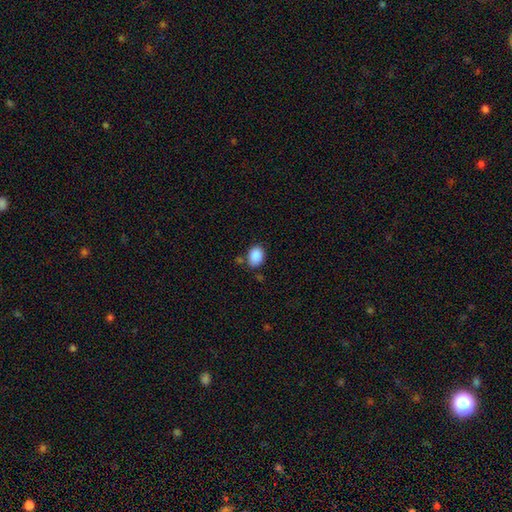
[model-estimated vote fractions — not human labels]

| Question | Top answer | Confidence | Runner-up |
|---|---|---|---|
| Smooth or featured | smooth | 89% | star or artifact (8%) |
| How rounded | in between | 70% | round (29%) |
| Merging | none | 74% | minor disturbance (16%) |